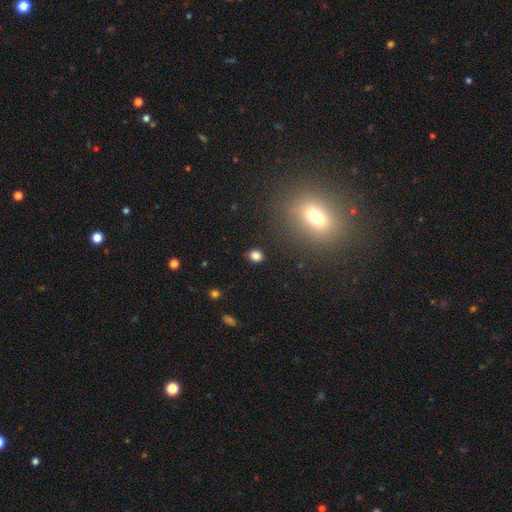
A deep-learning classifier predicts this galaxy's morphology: A smooth galaxy with no disk features (81%) that is round (65%). Merging: none (88%).